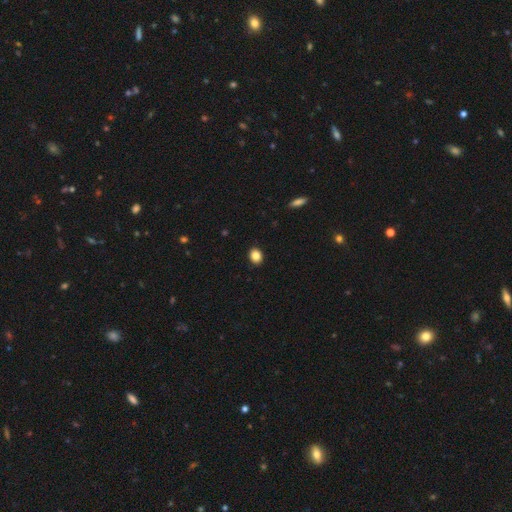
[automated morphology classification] Smooth or featured? smooth (85%)
How rounded? in between (53%)
Merging? none (91%)